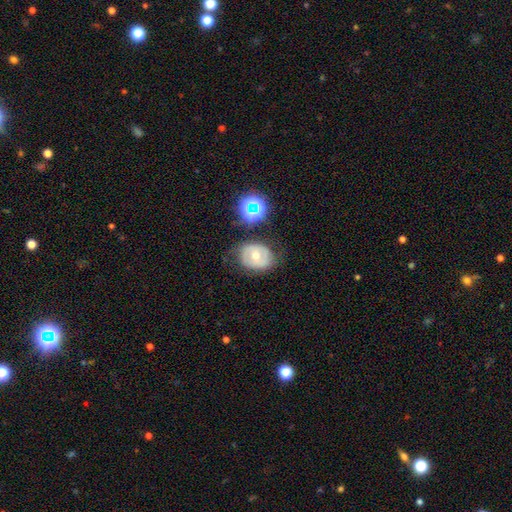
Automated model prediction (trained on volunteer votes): Smooth or featured? Predicted: featured or disk (p=0.51). Edge-on disk? Predicted: no (p=0.95). Merging? Predicted: none (p=0.74).